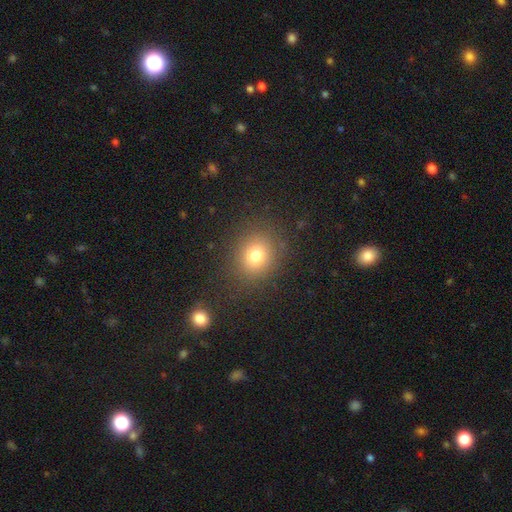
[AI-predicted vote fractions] Smooth or featured? smooth (76%)
How rounded? round (77%)
Merging? none (86%)